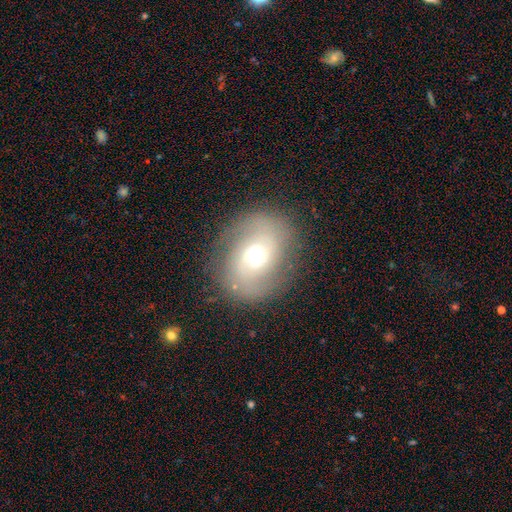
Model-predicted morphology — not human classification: Smooth or featured? Predicted: featured or disk (p=0.70). Edge-on disk? Predicted: no (p=0.96). Bar? Predicted: weak (p=0.49). Spiral arms? Predicted: yes (p=0.87). Spiral winding? Predicted: medium (p=0.44). Spiral arm count? Predicted: 2 (p=0.77). Bulge size? Predicted: moderate (p=0.59). Merging? Predicted: none (p=0.79).